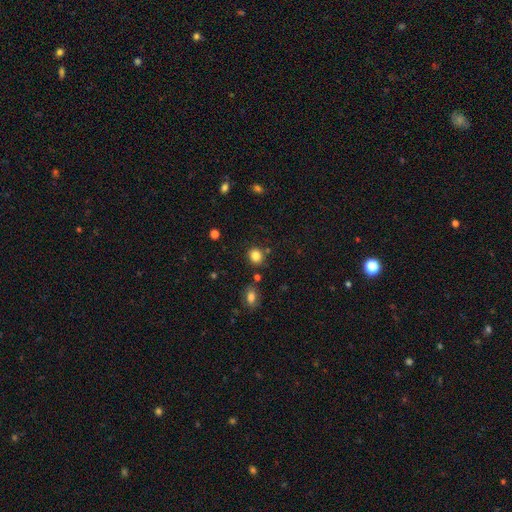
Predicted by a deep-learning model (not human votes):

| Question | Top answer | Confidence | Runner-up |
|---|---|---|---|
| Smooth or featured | smooth | 83% | star or artifact (12%) |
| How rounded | round | 74% | in between (25%) |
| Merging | none | 80% | minor disturbance (11%) |